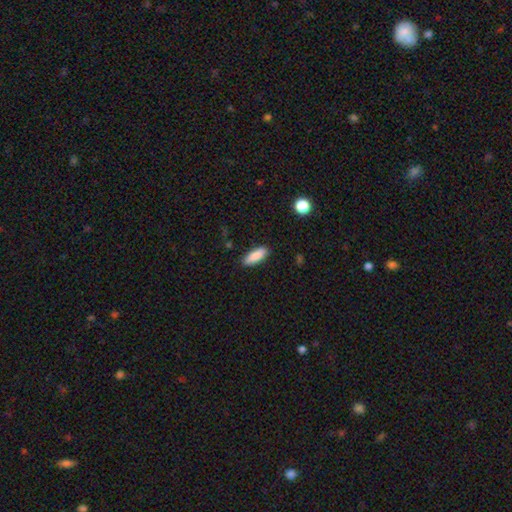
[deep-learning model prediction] Q: Smooth or featured?
A: smooth (88%); runner-up: star or artifact (6%)
Q: How rounded?
A: in between (69%); runner-up: cigar-shaped (29%)
Q: Merging?
A: none (87%); runner-up: minor disturbance (10%)